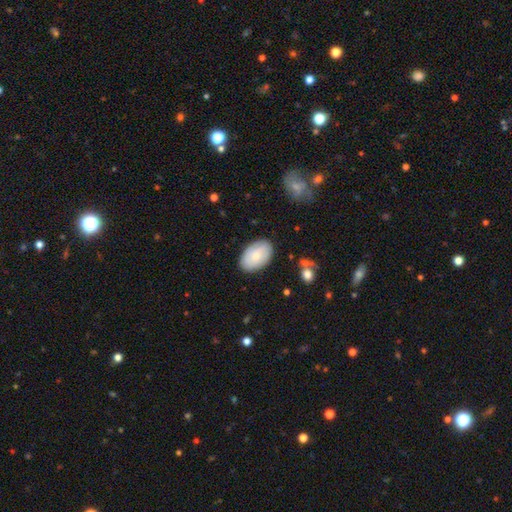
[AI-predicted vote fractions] This is likely a smooth galaxy (75%). How rounded: clearly in between (92%). Merging: clearly none (84%).